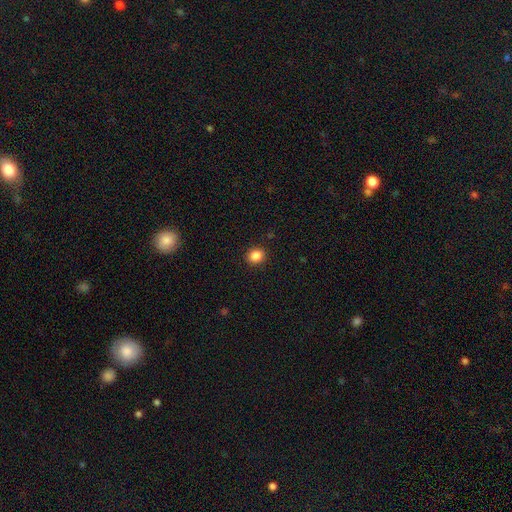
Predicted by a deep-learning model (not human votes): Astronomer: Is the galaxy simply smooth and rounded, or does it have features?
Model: smooth — 87%.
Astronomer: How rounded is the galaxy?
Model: round — 76%.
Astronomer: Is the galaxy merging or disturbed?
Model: none — 91%.